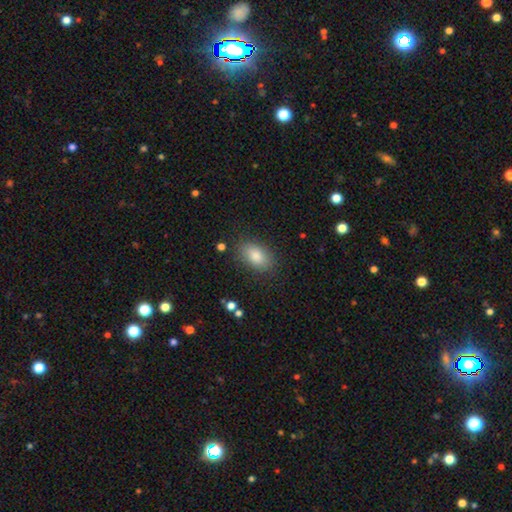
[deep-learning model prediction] Smooth or featured?
  - smooth: 83% *
  - star or artifact: 9%
  - featured or disk: 8%
How rounded?
  - in between: 89% *
  - round: 8%
  - cigar-shaped: 3%
Merging?
  - none: 85% *
  - minor disturbance: 11%
  - major disturbance: 3%
  - merger: 1%